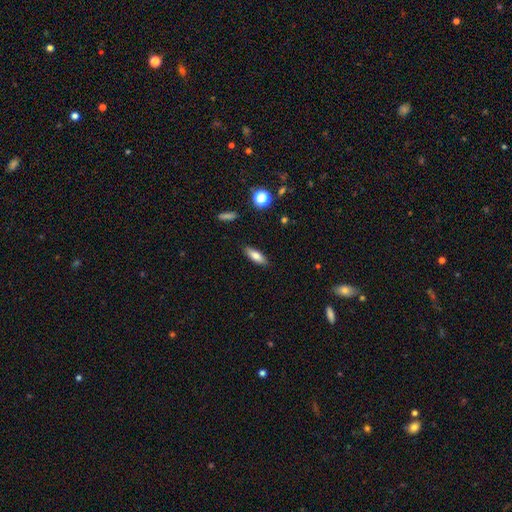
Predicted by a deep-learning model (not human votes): This appears to be a smooth galaxy with no disk features (77%) that is in between round and cigar-shaped (61%). Merging: none (88%).